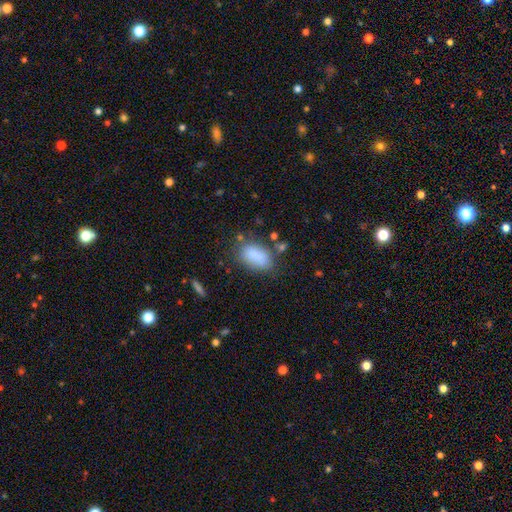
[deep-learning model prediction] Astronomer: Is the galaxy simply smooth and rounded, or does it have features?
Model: smooth — 84%.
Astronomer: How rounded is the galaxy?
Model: in between — 89%.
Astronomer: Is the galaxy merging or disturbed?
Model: none — 65%.